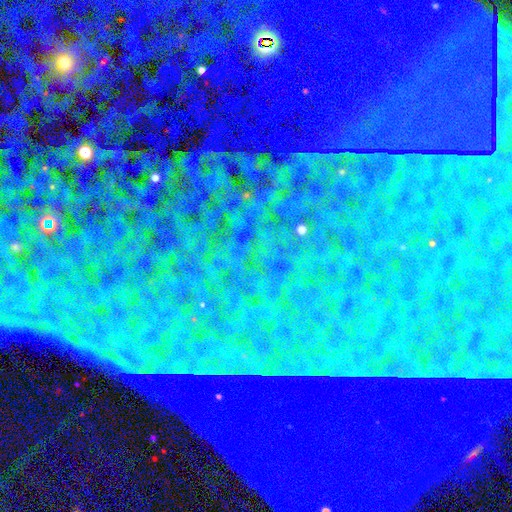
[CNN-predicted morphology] Smooth or featured? star or artifact (87%)